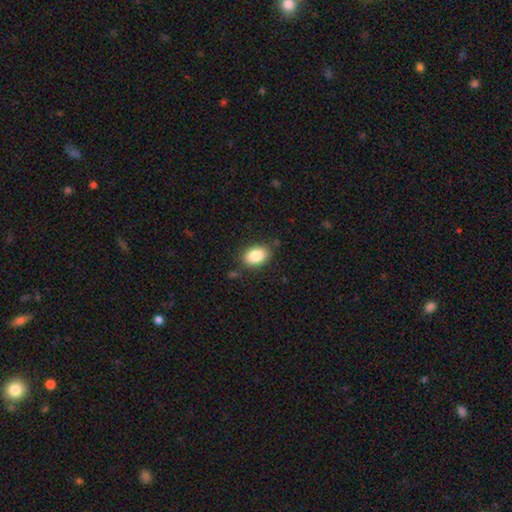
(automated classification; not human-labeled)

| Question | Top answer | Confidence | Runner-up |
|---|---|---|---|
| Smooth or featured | smooth | 86% | star or artifact (8%) |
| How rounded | in between | 85% | round (14%) |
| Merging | none | 83% | minor disturbance (12%) |